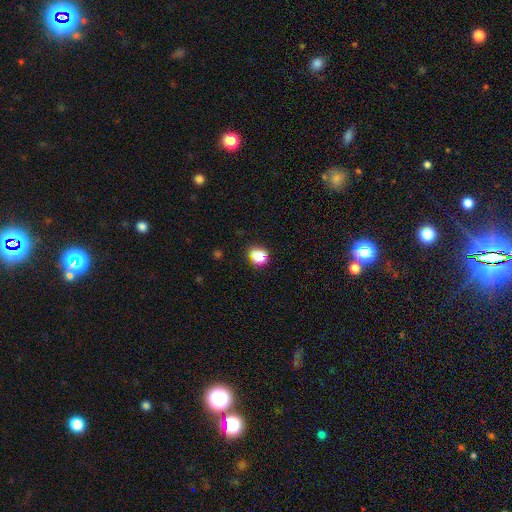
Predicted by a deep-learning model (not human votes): Overall: smooth (78%). How rounded: round (64%; in between 35%). Merging: none (58%; minor disturbance 24%).